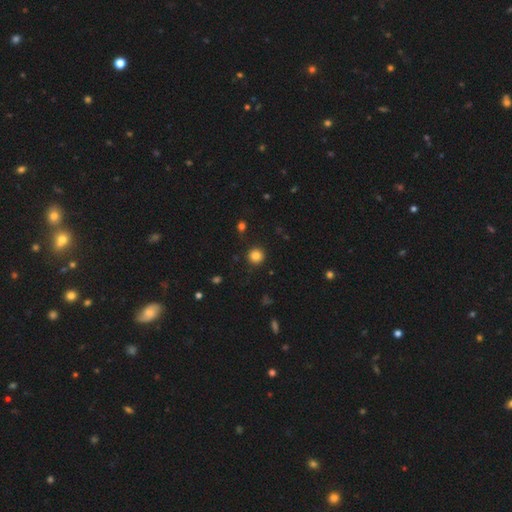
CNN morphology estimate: Smooth or featured? Predicted: smooth (p=0.84). How rounded? Predicted: round (p=0.95). Merging? Predicted: none (p=0.91).